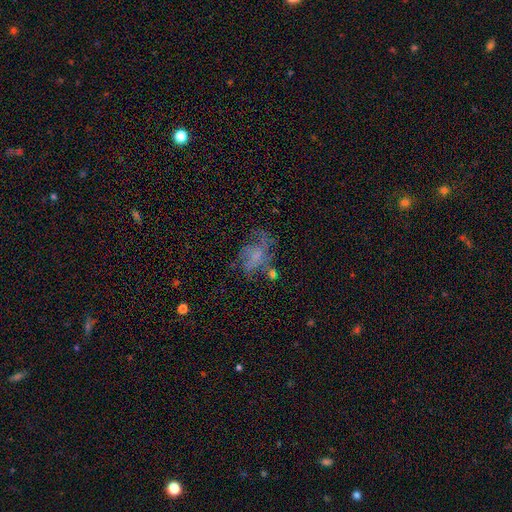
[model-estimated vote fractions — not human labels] The model was most divided on "bulge size": small: 40%, none: 36%, moderate: 19%, large: 3%, dominant: 1%. Remaining: edge-on disk — no (97%); bar — no (72%); spiral arms — yes (59%); smooth or featured — featured or disk (54%); merging — none (39%).